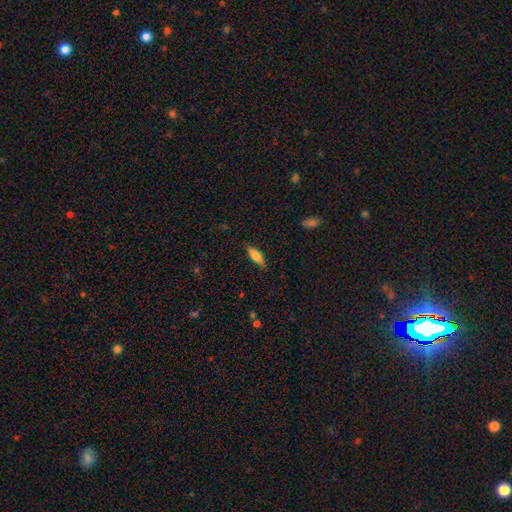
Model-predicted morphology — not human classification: The model was most divided on "how rounded": in between: 54%, cigar-shaped: 44%, round: 2%. More confident: merging — none (83%); smooth or featured — smooth (74%).